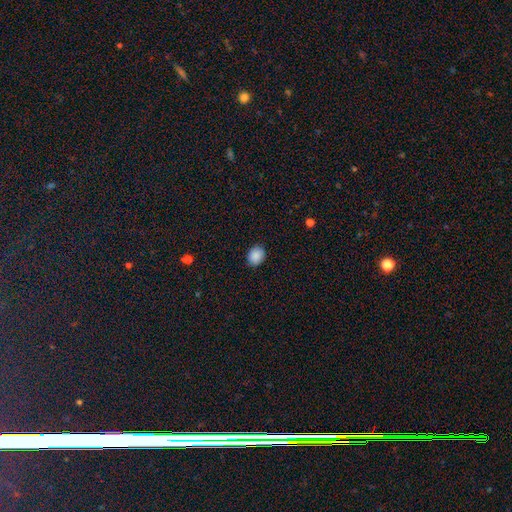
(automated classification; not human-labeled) This is clearly a smooth galaxy (88%). How rounded: possibly round (60%). Merging: clearly none (88%).